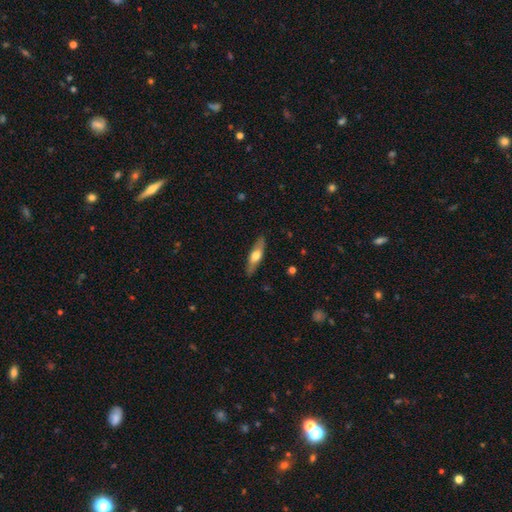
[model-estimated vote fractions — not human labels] smooth-or-featured: smooth: 51% | featured or disk: 44% | star or artifact: 5%
  how-rounded: cigar-shaped: 65% | in between: 33% | round: 2%
  merging: none: 87% | minor disturbance: 10% | major disturbance: 2% | merger: 1%